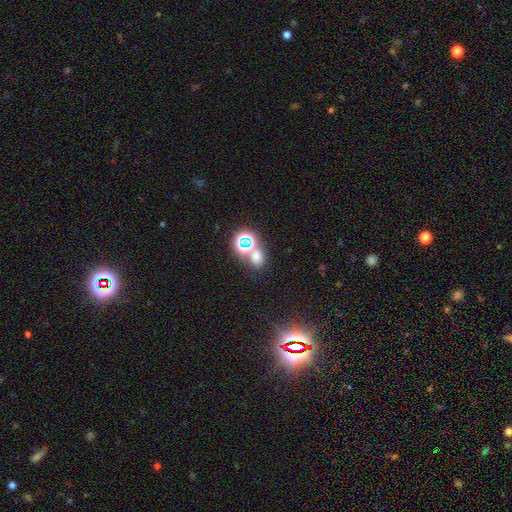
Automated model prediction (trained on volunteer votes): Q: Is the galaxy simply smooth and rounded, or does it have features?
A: smooth — 54%.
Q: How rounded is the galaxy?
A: round — 53%.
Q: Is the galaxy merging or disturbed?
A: none — 55%.